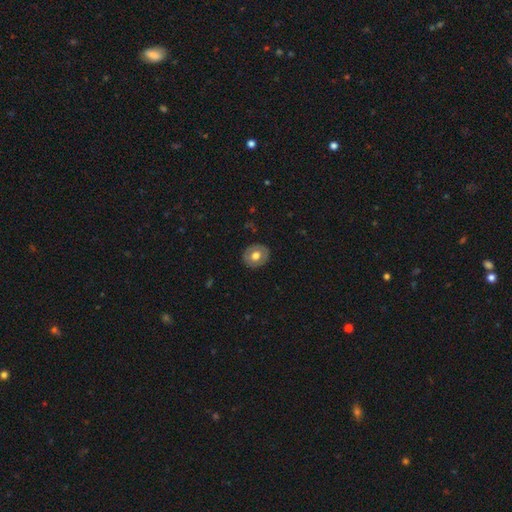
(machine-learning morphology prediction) Q: Smooth or featured?
A: smooth (60%); runner-up: featured or disk (34%)
Q: How rounded?
A: round (68%); runner-up: in between (31%)
Q: Merging?
A: none (87%); runner-up: minor disturbance (10%)